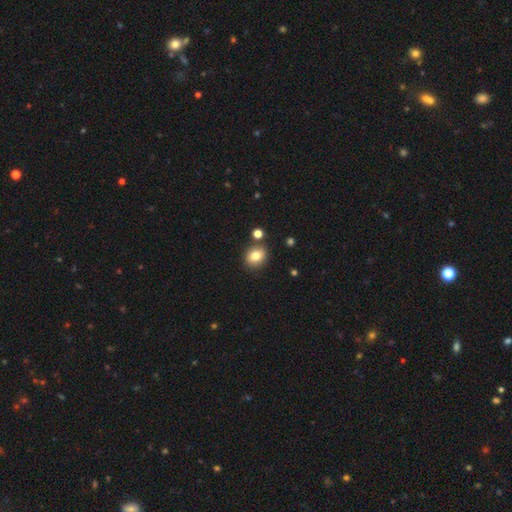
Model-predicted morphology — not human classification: Q: Smooth or featured?
A: smooth (80%); runner-up: star or artifact (11%)
Q: How rounded?
A: round (70%); runner-up: in between (30%)
Q: Merging?
A: none (80%); runner-up: minor disturbance (10%)